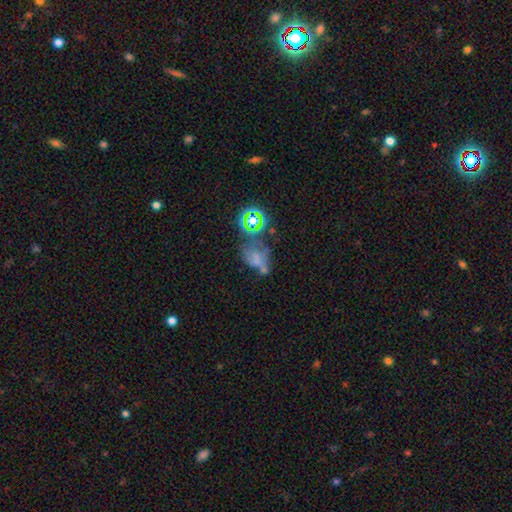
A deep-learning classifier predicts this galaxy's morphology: Smooth or featured?
  - star or artifact: 42% *
  - smooth: 29%
  - featured or disk: 28%